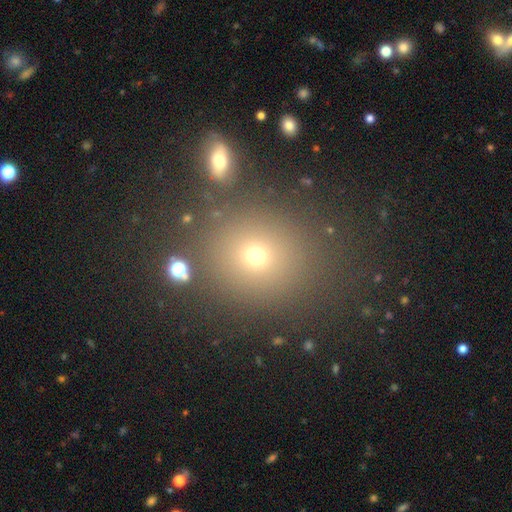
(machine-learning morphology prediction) The model was most divided on "smooth or featured": smooth: 64%, star or artifact: 26%, featured or disk: 10%. More confident: merging — none (81%); how rounded — round (75%).